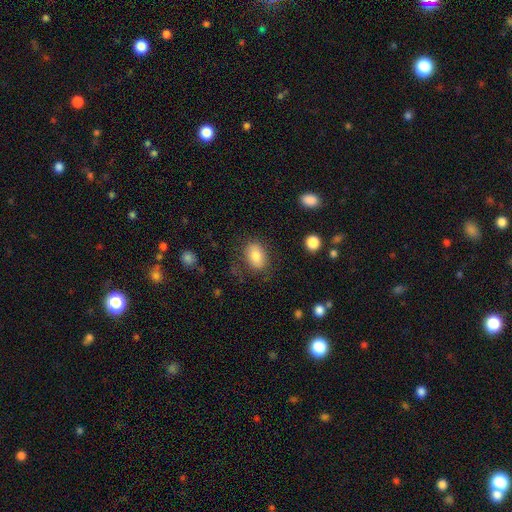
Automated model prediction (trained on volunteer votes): smooth 81%, featured or disk 11%, star or artifact 8%. Down the decision tree: how rounded — in between (82%); merging — none (75%).